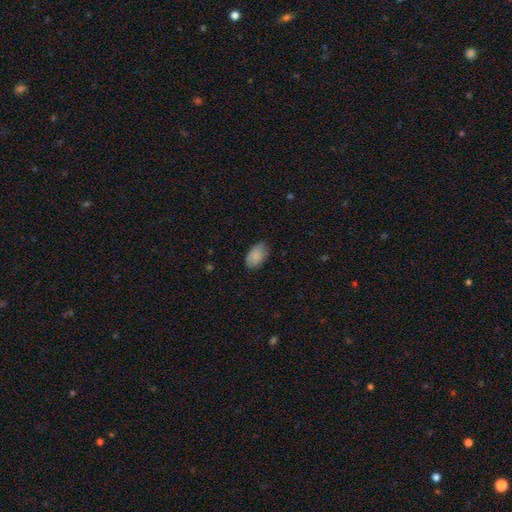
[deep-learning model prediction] Overall: smooth (86%). How rounded: in between (91%). Merging: none (81%).